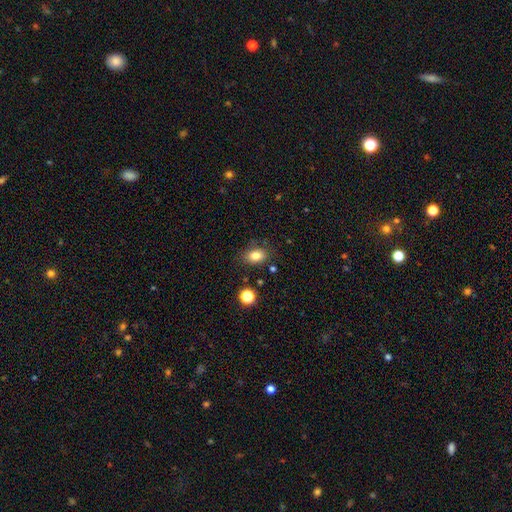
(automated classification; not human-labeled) This is clearly a smooth galaxy (81%). How rounded: likely in between (79%). Merging: clearly none (81%).